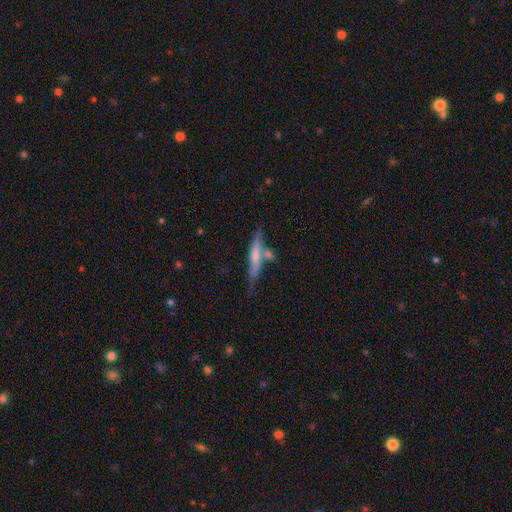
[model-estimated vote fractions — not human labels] This is possibly a smooth galaxy (53%). How rounded: clearly cigar-shaped (91%). Merging: possibly none (59%).